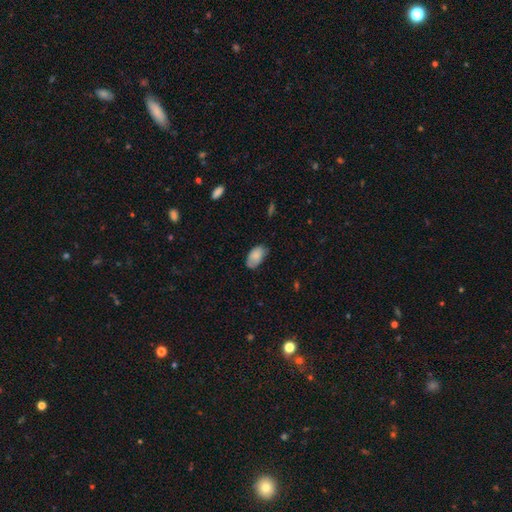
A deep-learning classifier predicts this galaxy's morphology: Overall: smooth (82%). How rounded: in between (94%). Merging: none (64%; minor disturbance 29%).